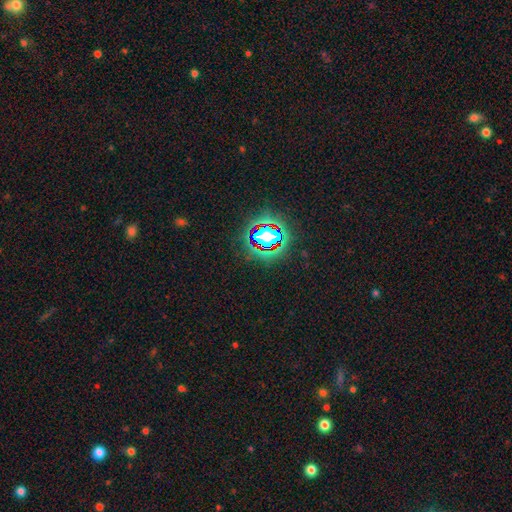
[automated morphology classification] Smooth or featured? Predicted: star or artifact (p=0.81).